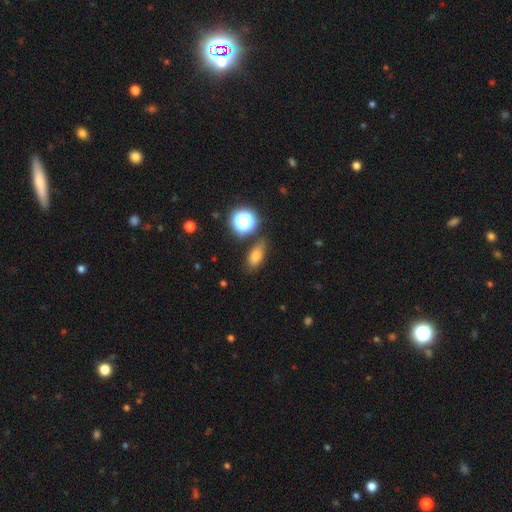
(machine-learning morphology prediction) This appears to be a smooth galaxy with no disk features (72%) that is in between round and cigar-shaped (76%). Merging: none (74%).